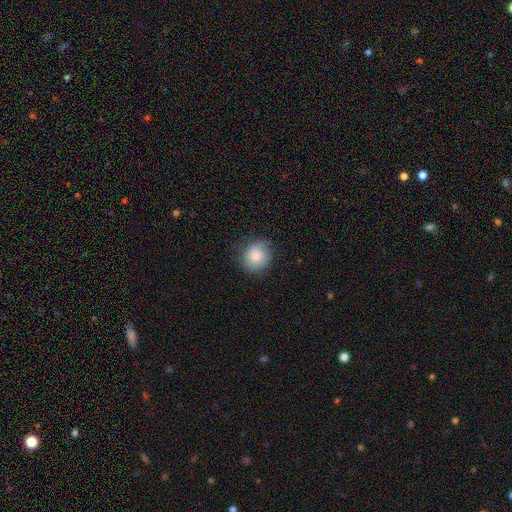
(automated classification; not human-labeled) A smooth galaxy with no disk features (81%) that is round (74%).

Vote fractions:
- Smooth or featured? smooth: 81% / featured or disk: 11% / star or artifact: 7%
- How rounded? round: 74% / in between: 25% / cigar-shaped: 1%
- Merging? none: 74% / minor disturbance: 19% / major disturbance: 5% / merger: 1%